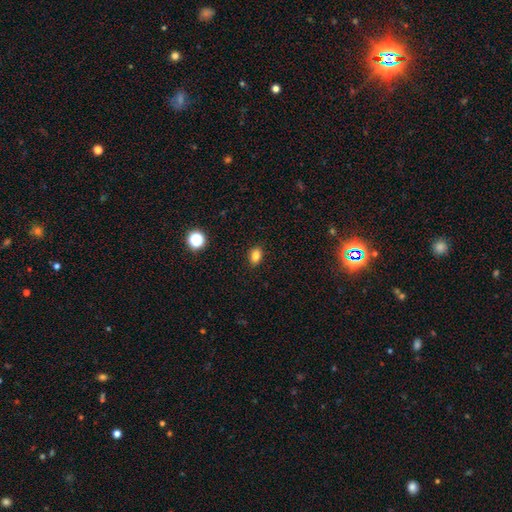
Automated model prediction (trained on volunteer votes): smooth 82%, star or artifact 12%, featured or disk 6%. Down the decision tree: how rounded — in between (75%); merging — none (88%).